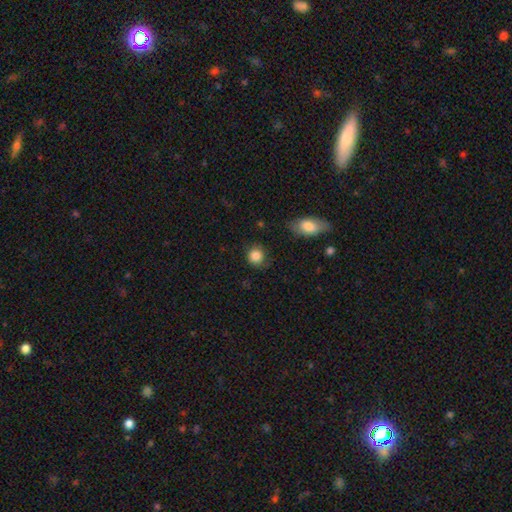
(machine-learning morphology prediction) This is clearly a smooth galaxy (86%). How rounded: clearly round (86%). Merging: likely none (74%).